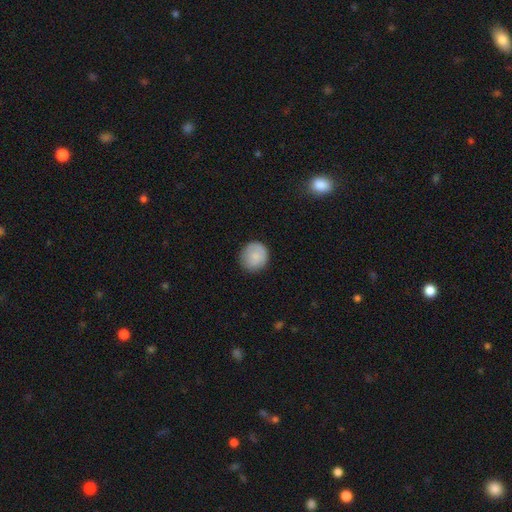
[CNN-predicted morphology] The model was most divided on "merging": none: 85%, minor disturbance: 11%, major disturbance: 2%, merger: 1%. More confident: how rounded — round (90%); smooth or featured — smooth (85%).